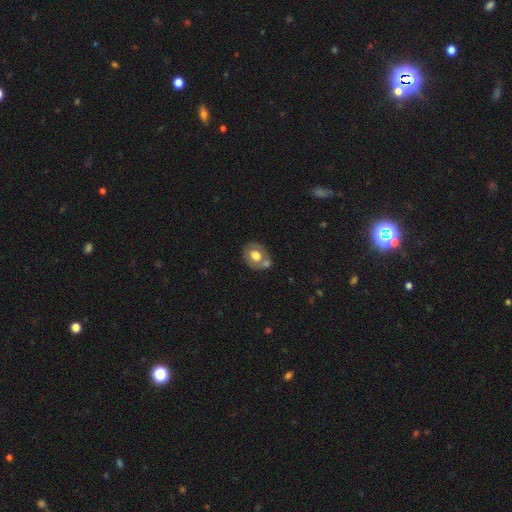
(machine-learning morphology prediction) Overall: smooth (59%; featured or disk 34%). How rounded: in between (54%; round 45%). Merging: none (51%; merger 28%).